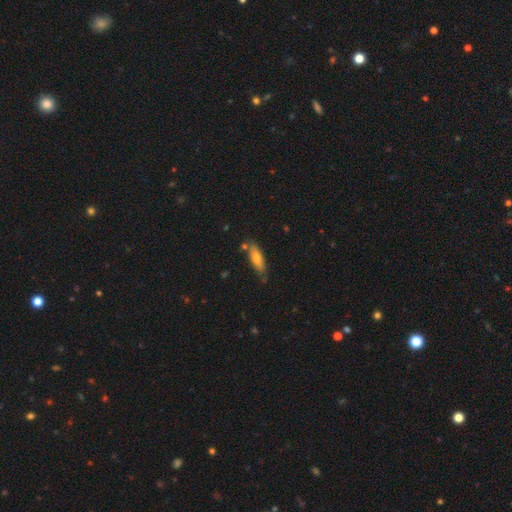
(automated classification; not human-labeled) smooth 60%, featured or disk 32%, star or artifact 8%. Down the decision tree: how rounded — cigar-shaped (51%); merging — none (73%).